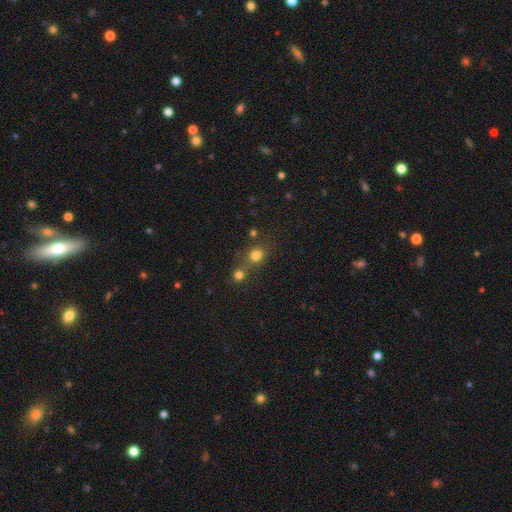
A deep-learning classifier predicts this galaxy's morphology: Smooth or featured? smooth (73%)
How rounded? round (76%)
Merging? none (48%)